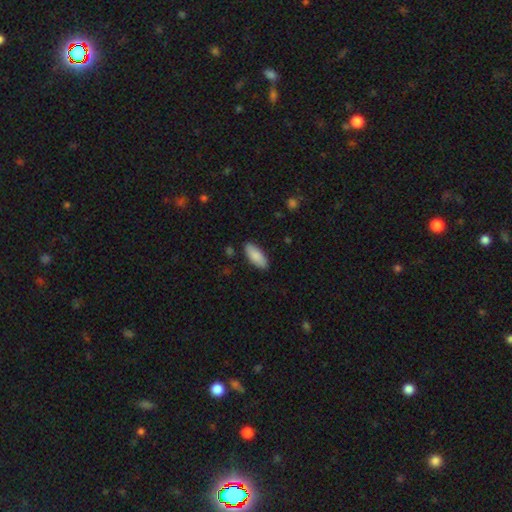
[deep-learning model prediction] A smooth galaxy with no disk features (87%) that is in between round and cigar-shaped (81%). Merging: none (87%).